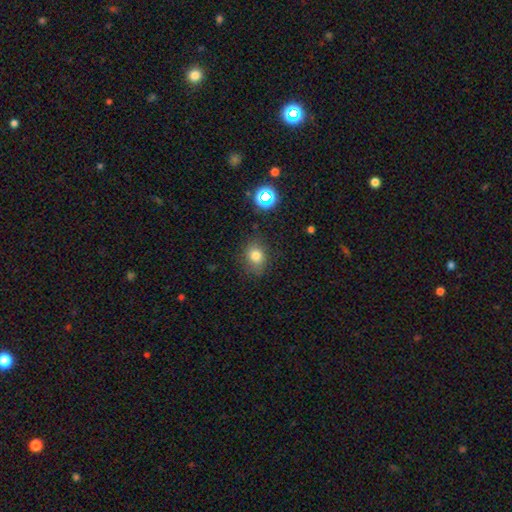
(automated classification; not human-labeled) A smooth galaxy with no disk features (77%) that is round (53%).

Vote fractions:
- Smooth or featured? smooth: 77% / star or artifact: 15% / featured or disk: 9%
- How rounded? round: 53% / in between: 46% / cigar-shaped: 1%
- Merging? none: 79% / minor disturbance: 15% / major disturbance: 4% / merger: 2%